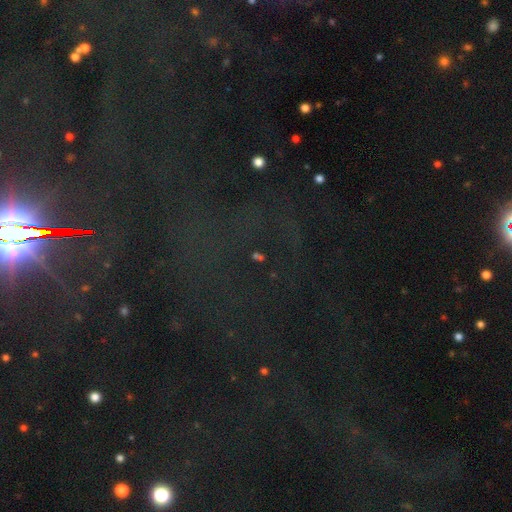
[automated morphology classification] Q: Smooth or featured?
A: star or artifact (70%); runner-up: smooth (18%)